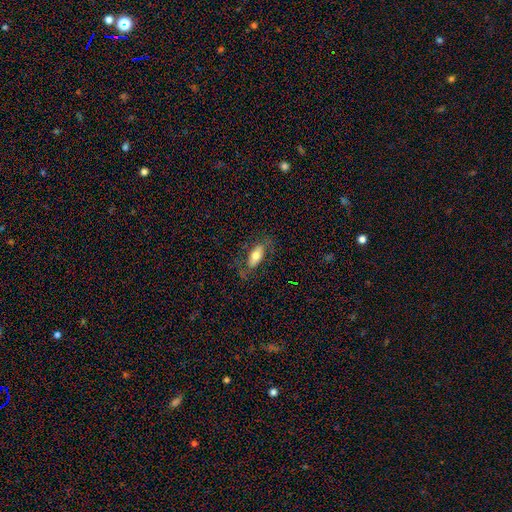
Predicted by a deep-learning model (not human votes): This is likely a smooth galaxy (65%). How rounded: clearly in between (85%). Merging: likely none (72%).